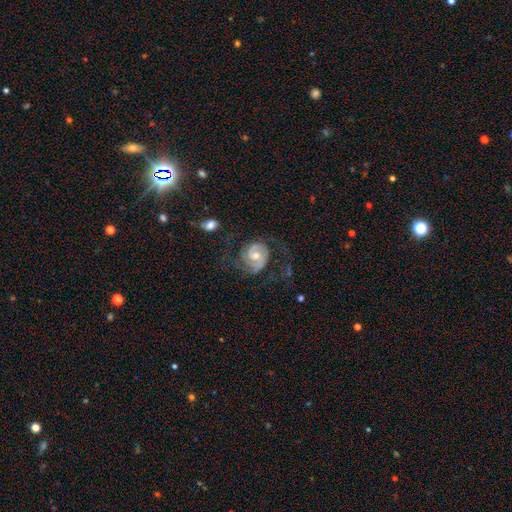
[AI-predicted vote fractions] A featured or disk galaxy (82%) with no bar (56%), 2 (76%) medium (41%) spiral arms (94%) and a moderate central bulge (65%). Merging: none (53%).